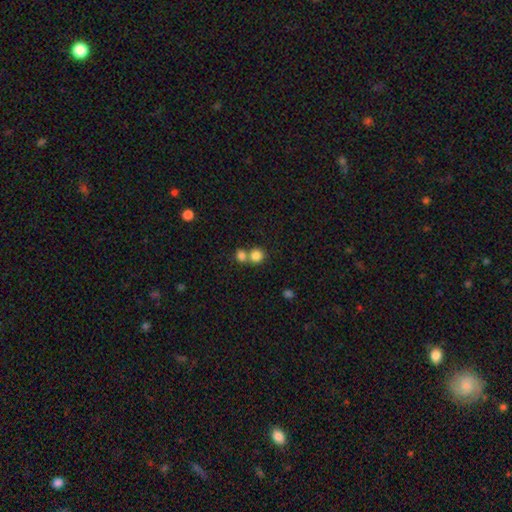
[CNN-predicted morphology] Q: Smooth or featured?
A: smooth (82%); runner-up: star or artifact (10%)
Q: How rounded?
A: round (85%); runner-up: in between (14%)
Q: Merging?
A: merger (47%); runner-up: none (44%)